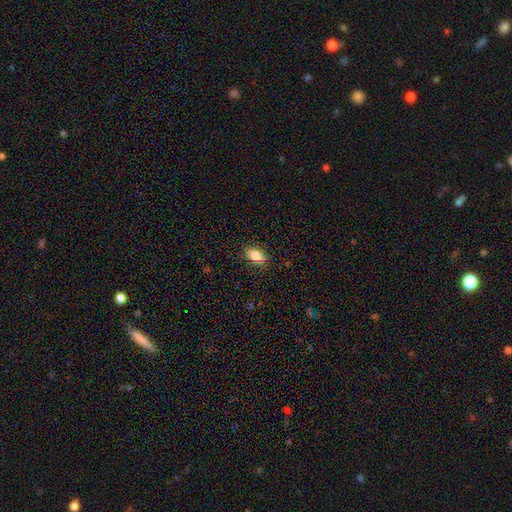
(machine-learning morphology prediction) smooth 81%, featured or disk 10%, star or artifact 9%. Down the decision tree: how rounded — in between (85%); merging — none (86%).